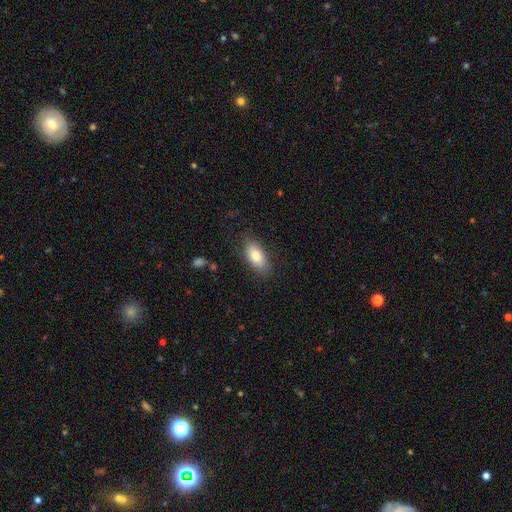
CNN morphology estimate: Smooth or featured?
  - smooth: 77% *
  - featured or disk: 16%
  - star or artifact: 7%
How rounded?
  - in between: 88% *
  - cigar-shaped: 8%
  - round: 4%
Merging?
  - none: 81% *
  - minor disturbance: 14%
  - major disturbance: 4%
  - merger: 1%